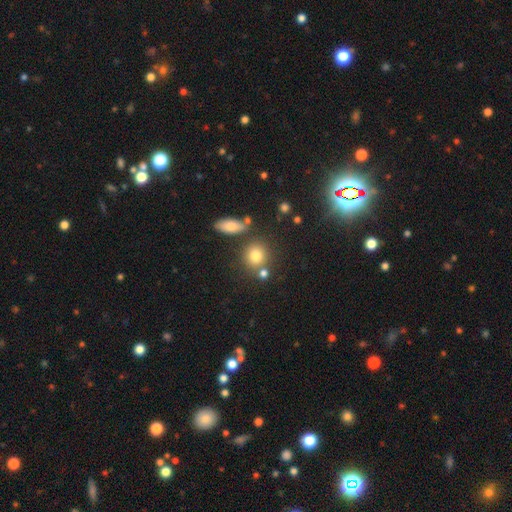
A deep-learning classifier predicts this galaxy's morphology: A smooth galaxy with no disk features (80%) that is round (79%). Merging: none (71%).